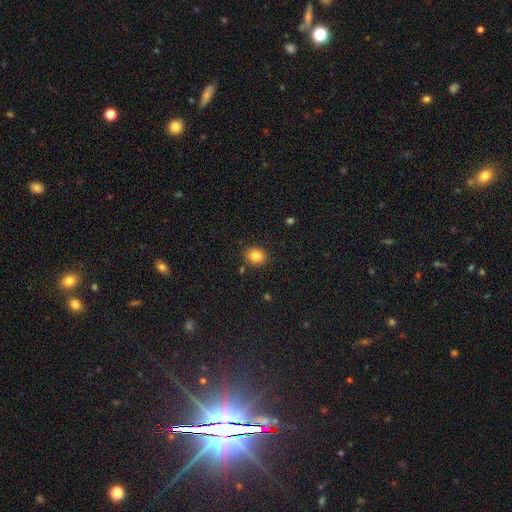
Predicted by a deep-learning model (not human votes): Overall: smooth (84%). How rounded: round (68%; in between 31%). Merging: none (88%).